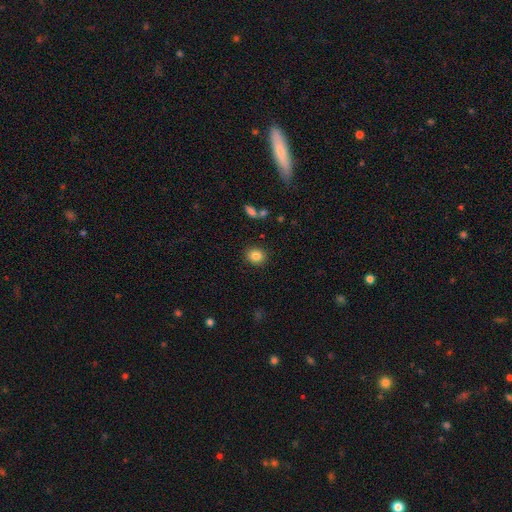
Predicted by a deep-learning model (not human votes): Smooth or featured?
  - smooth: 85% *
  - star or artifact: 10%
  - featured or disk: 5%
How rounded?
  - round: 71% *
  - in between: 28%
  - cigar-shaped: 1%
Merging?
  - none: 88% *
  - minor disturbance: 7%
  - major disturbance: 3%
  - merger: 2%